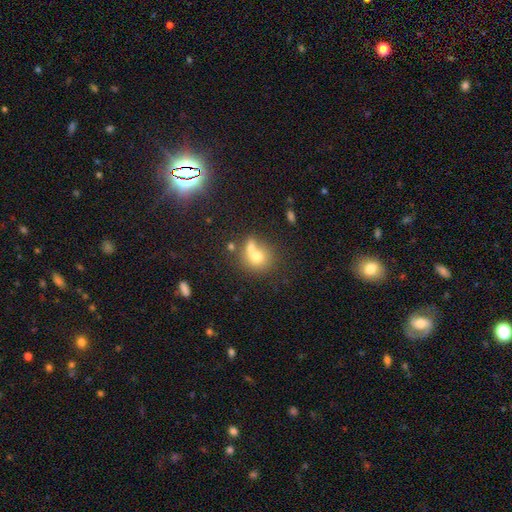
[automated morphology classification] smooth_or_featured: smooth (p=0.68) [alt: featured or disk p=0.19]
how_rounded: round (p=0.76) [alt: in between p=0.22]
merging: merger (p=0.50) [alt: none p=0.37]